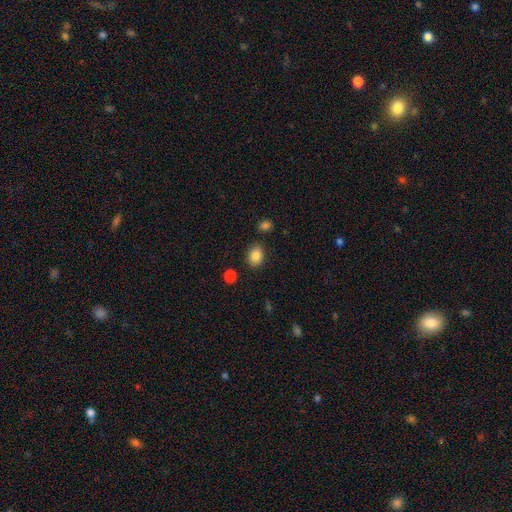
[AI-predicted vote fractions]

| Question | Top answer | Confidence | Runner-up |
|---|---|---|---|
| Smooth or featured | smooth | 86% | star or artifact (9%) |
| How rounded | in between | 64% | round (35%) |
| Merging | none | 83% | minor disturbance (11%) |